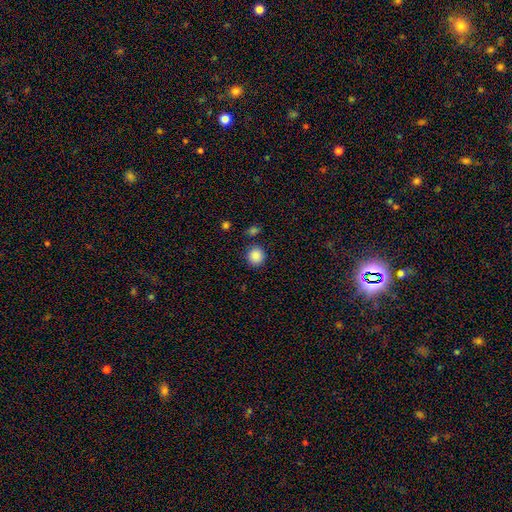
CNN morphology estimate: smooth_or_featured: smooth (p=0.88) [alt: star or artifact p=0.09]
how_rounded: round (p=0.91) [alt: in between p=0.08]
merging: none (p=0.85) [alt: minor disturbance p=0.08]